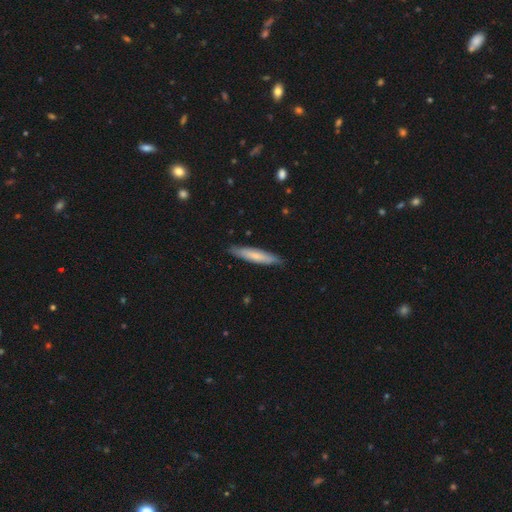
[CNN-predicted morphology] smooth_or_featured: smooth (p=0.64) [alt: featured or disk p=0.31]
how_rounded: cigar-shaped (p=0.87) [alt: in between p=0.11]
merging: none (p=0.86) [alt: minor disturbance p=0.11]